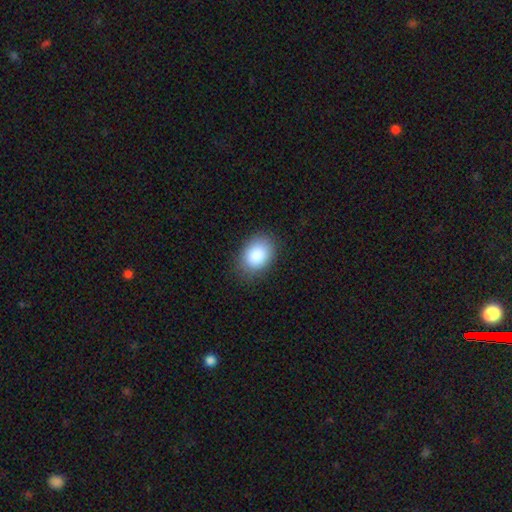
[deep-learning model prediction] This is clearly a smooth galaxy (88%). How rounded: likely in between (77%). Merging: clearly none (83%).